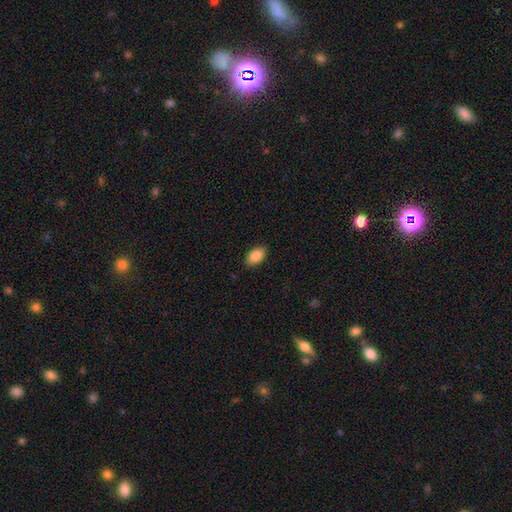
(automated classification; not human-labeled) Overall: smooth (87%). How rounded: in between (93%). Merging: none (88%).